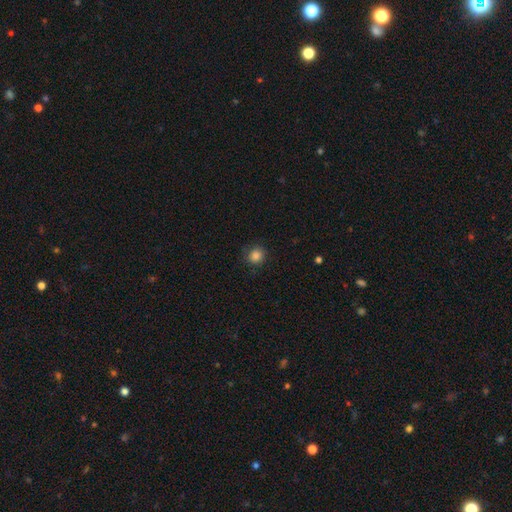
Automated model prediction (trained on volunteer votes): Overall: smooth (85%). How rounded: round (86%). Merging: none (83%).